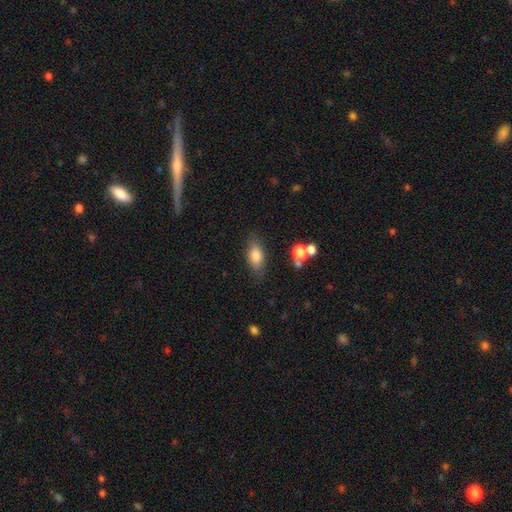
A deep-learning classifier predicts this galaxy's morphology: Smooth or featured? Predicted: smooth (p=0.80). How rounded? Predicted: in between (p=0.82). Merging? Predicted: none (p=0.79).